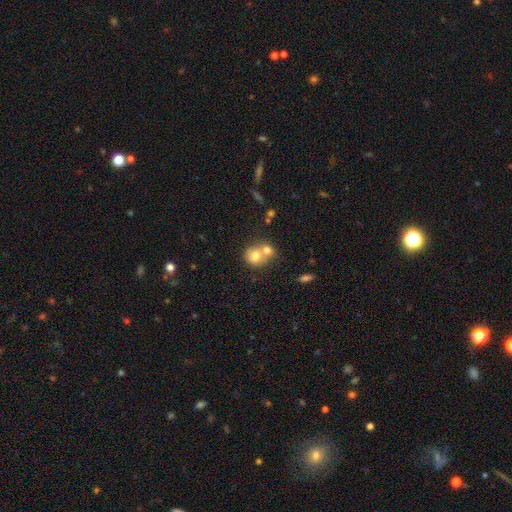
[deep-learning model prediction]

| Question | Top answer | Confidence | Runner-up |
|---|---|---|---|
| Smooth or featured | smooth | 73% | featured or disk (18%) |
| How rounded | round | 64% | in between (35%) |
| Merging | merger | 62% | none (27%) |